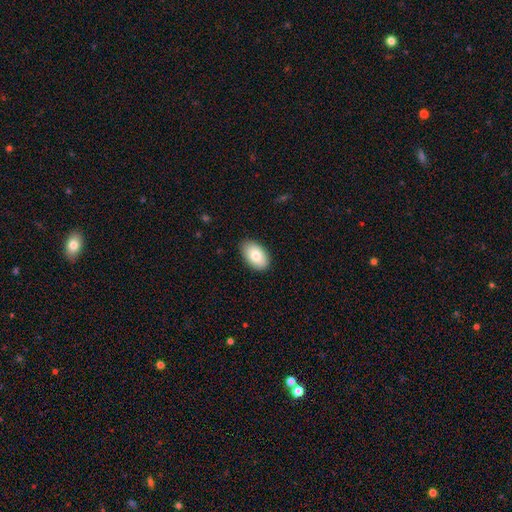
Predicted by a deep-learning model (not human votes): A smooth galaxy with no disk features (81%) that is in between round and cigar-shaped (93%). Merging: none (88%).